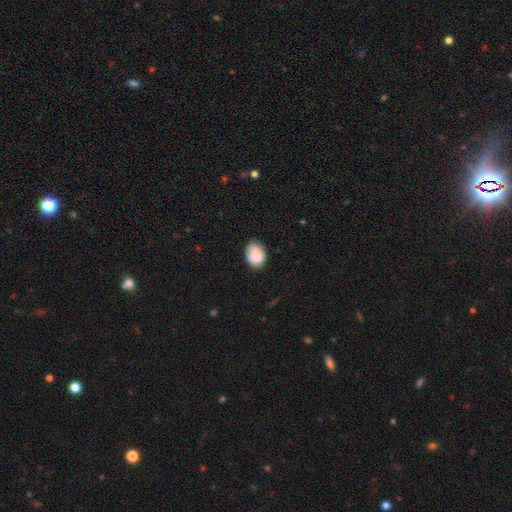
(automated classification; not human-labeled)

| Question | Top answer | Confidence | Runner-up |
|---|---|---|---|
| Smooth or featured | smooth | 83% | featured or disk (10%) |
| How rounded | in between | 70% | round (29%) |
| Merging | none | 68% | minor disturbance (25%) |